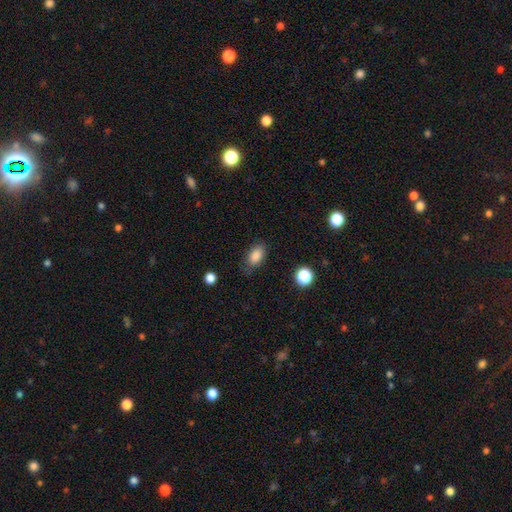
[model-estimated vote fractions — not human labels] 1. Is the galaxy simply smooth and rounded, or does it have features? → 85% smooth, 9% star or artifact, 6% featured or disk.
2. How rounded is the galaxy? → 89% in between, 8% round, 4% cigar-shaped.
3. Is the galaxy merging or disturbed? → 76% none, 18% minor disturbance, 5% major disturbance, 1% merger.